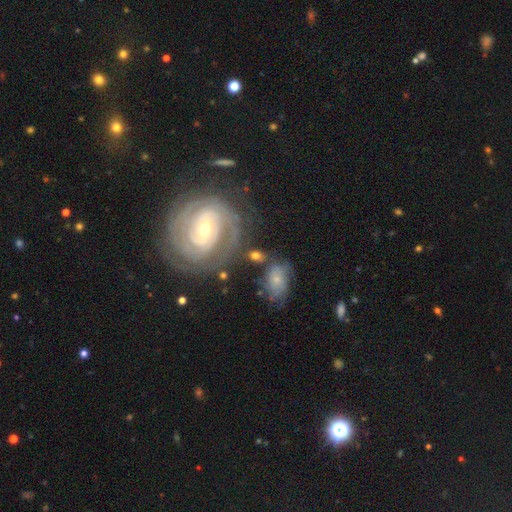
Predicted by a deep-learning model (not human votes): A featured or disk galaxy (57%) with no bar (55%), spiral arms (83%) and a moderate central bulge (47%).

Vote fractions:
- Smooth or featured? featured or disk: 57% / smooth: 33% / star or artifact: 10%
- Edge-on disk? no: 95% / yes: 5%
- Bar? no: 55% / weak: 32% / strong: 13%
- Spiral arms? yes: 83% / no: 17%
- Bulge size? moderate: 47% / small: 46% / large: 4% / none: 2% / dominant: 2%
- Merging? none: 55% / minor disturbance: 20% / merger: 13% / major disturbance: 12%